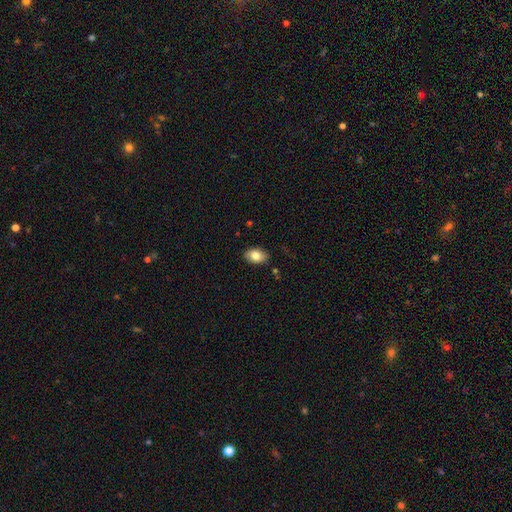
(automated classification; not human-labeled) Smooth or featured? smooth (81%)
How rounded? in between (88%)
Merging? none (85%)